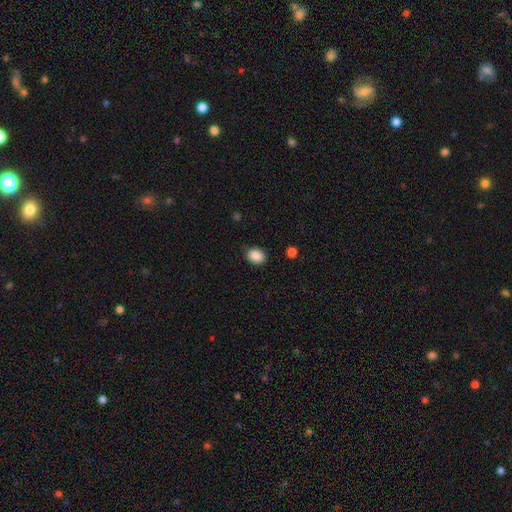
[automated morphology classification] Smooth or featured? Predicted: smooth (p=0.89). How rounded? Predicted: in between (p=0.64). Merging? Predicted: none (p=0.83).